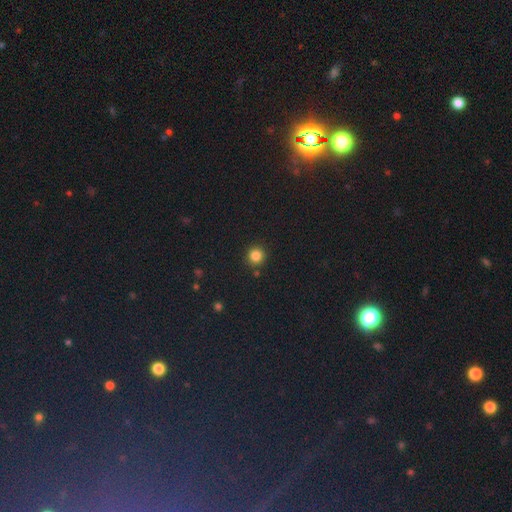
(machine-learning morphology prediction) This appears to be a smooth galaxy with no disk features (84%) that is round (93%). Merging: none (89%).